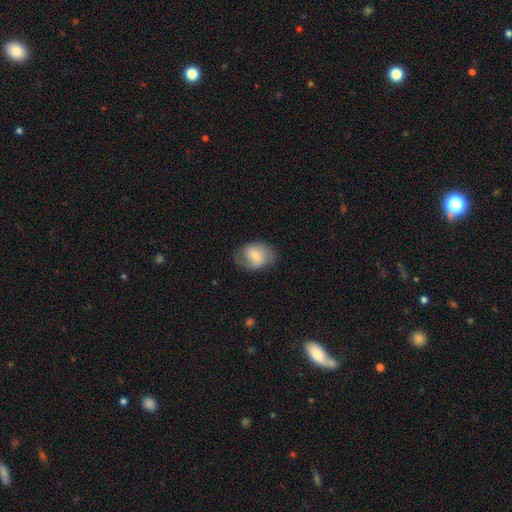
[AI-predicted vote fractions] Smooth or featured? Predicted: smooth (p=0.47). Merging? Predicted: none (p=0.65).